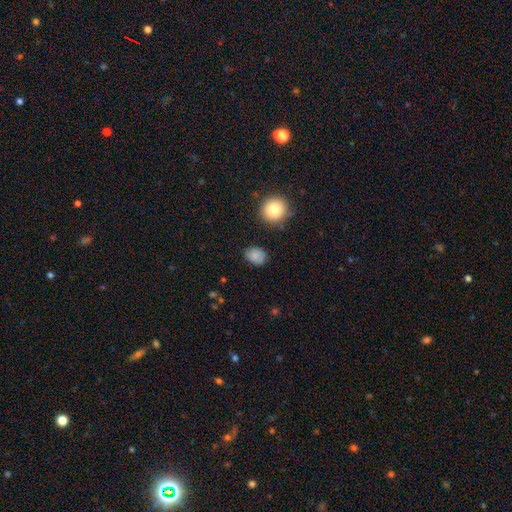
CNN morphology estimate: The model was most divided on "how rounded": in between: 59%, round: 40%, cigar-shaped: 1%. More confident: smooth or featured — smooth (85%); merging — none (81%).